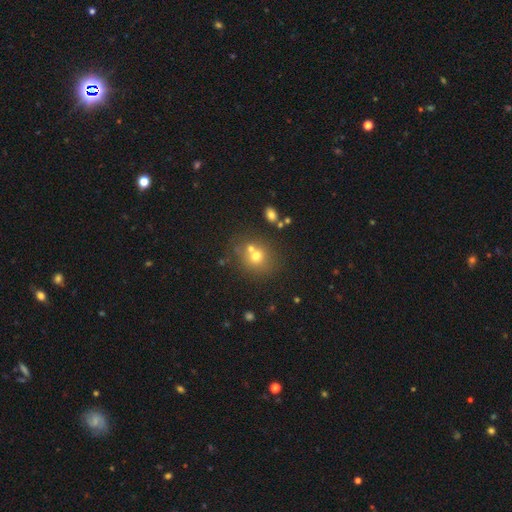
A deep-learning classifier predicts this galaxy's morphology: A smooth galaxy with no disk features (66%) that is round (80%).

Vote fractions:
- Smooth or featured? smooth: 66% / featured or disk: 18% / star or artifact: 16%
- How rounded? round: 80% / in between: 19% / cigar-shaped: 1%
- Merging? none: 52% / merger: 34% / minor disturbance: 10% / major disturbance: 4%